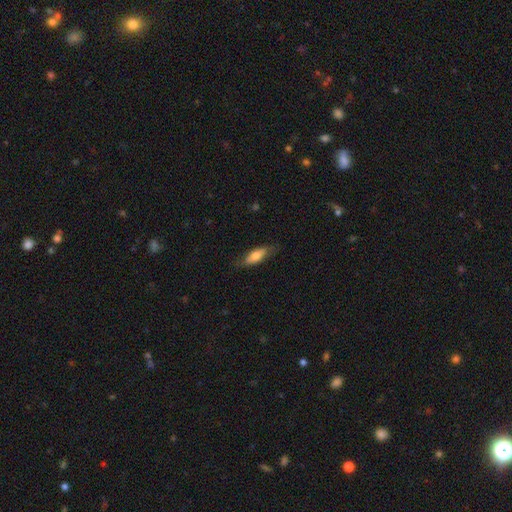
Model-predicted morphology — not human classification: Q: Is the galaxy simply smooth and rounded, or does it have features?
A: smooth — 67%.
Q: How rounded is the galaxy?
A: in between — 59%.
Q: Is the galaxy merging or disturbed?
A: none — 76%.